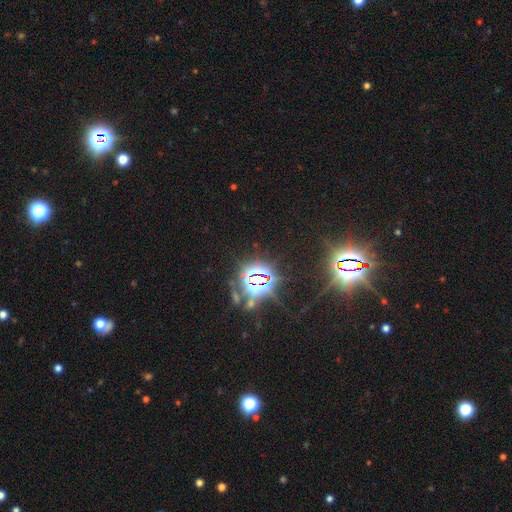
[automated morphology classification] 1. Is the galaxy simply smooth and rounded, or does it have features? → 84% star or artifact, 9% smooth, 7% featured or disk.